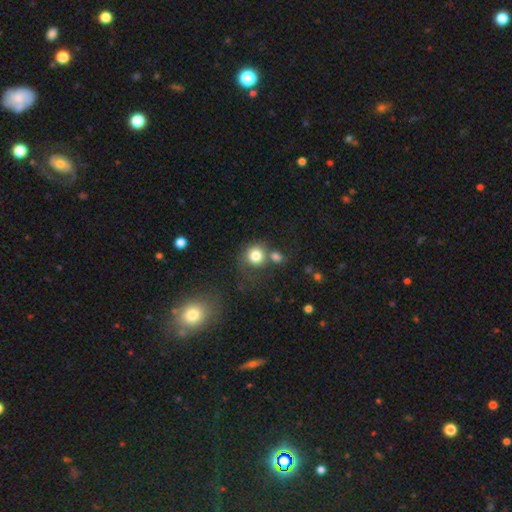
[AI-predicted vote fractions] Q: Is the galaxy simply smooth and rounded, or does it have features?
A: smooth — 80%.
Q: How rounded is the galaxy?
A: round — 86%.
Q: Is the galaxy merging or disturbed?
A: none — 50%.